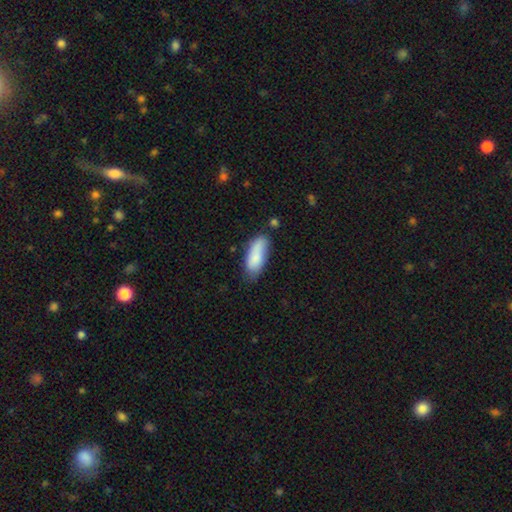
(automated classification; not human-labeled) Smooth or featured? Predicted: smooth (p=0.83). How rounded? Predicted: in between (p=0.77). Merging? Predicted: none (p=0.64).